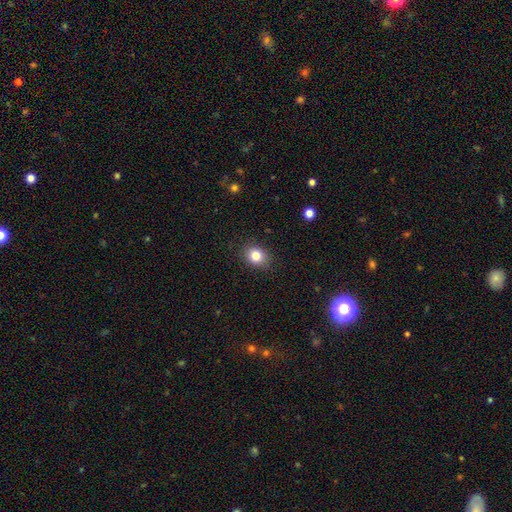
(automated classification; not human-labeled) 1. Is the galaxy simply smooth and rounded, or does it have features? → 82% smooth, 11% star or artifact, 7% featured or disk.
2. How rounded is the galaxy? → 55% round, 44% in between, 1% cigar-shaped.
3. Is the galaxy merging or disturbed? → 88% none, 9% minor disturbance, 2% major disturbance, 1% merger.